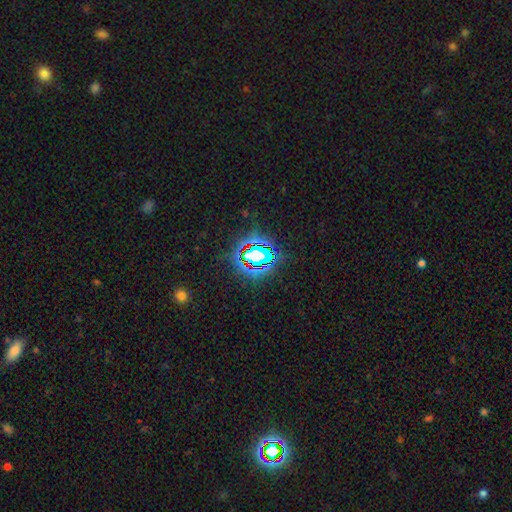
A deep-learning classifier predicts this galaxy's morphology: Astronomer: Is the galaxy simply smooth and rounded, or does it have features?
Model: star or artifact — 75%.